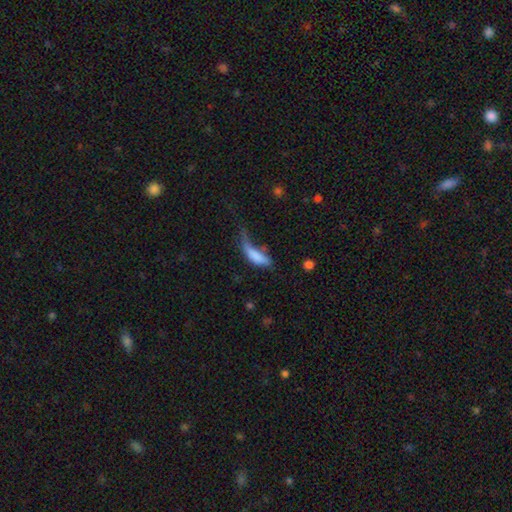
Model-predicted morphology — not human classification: Smooth or featured: smooth — 73% (featured or disk — 18%)
How rounded: in between — 62% (cigar-shaped — 35%)
Merging: major disturbance — 47% (minor disturbance — 24%)